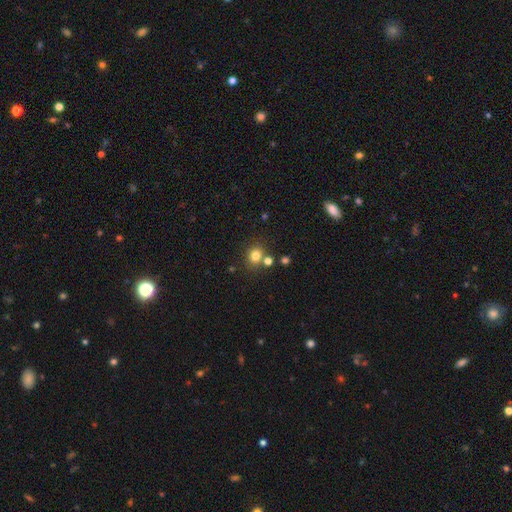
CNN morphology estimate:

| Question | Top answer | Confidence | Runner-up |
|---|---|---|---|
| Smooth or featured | smooth | 79% | star or artifact (14%) |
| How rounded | round | 71% | in between (28%) |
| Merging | none | 71% | merger (15%) |